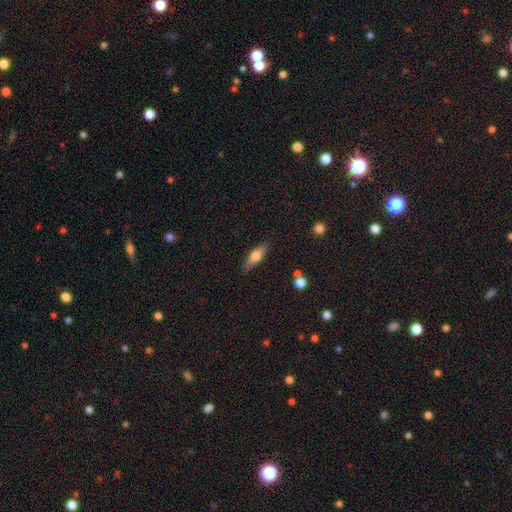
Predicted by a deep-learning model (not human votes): Morphology: type=smooth (65%); roundness=cigar-shaped (50%); merging=none (82%).